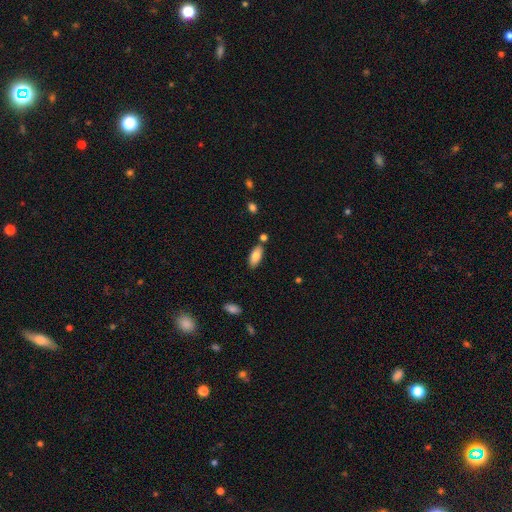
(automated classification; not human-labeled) This is clearly a smooth galaxy (81%). How rounded: clearly in between (87%). Merging: likely none (78%).